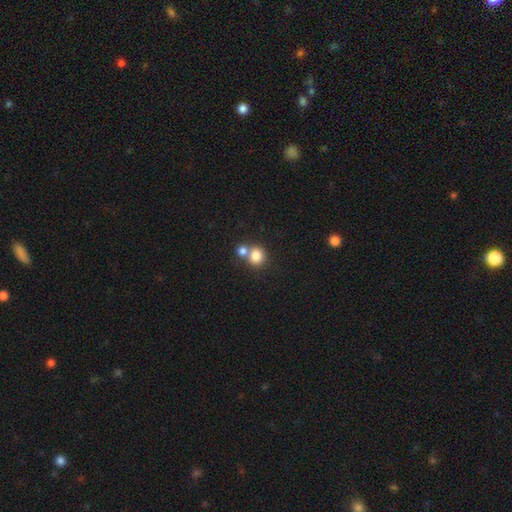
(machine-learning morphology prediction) Overall: smooth (82%). How rounded: round (82%). Merging: none (48%; merger 42%).